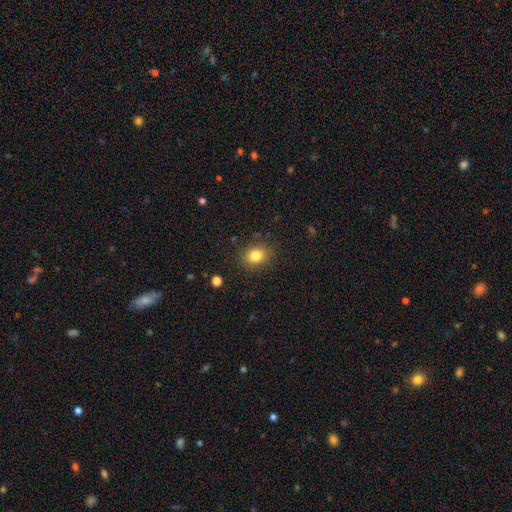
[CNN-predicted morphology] Q: Smooth or featured?
A: smooth (81%); runner-up: star or artifact (11%)
Q: How rounded?
A: round (55%); runner-up: in between (44%)
Q: Merging?
A: none (86%); runner-up: minor disturbance (10%)